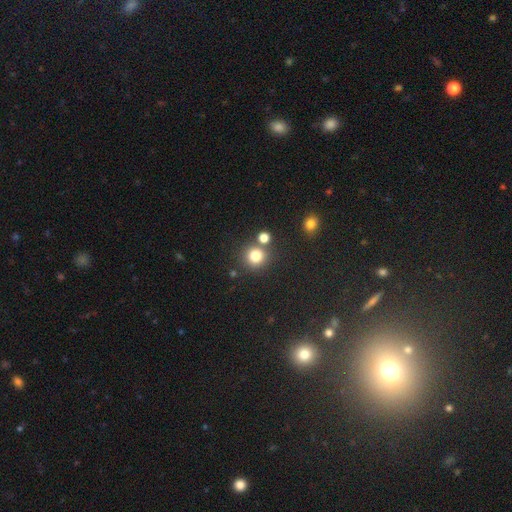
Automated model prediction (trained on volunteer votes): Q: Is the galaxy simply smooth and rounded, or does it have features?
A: smooth — 79%.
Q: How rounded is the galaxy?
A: round — 91%.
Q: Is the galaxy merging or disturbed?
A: none — 75%.